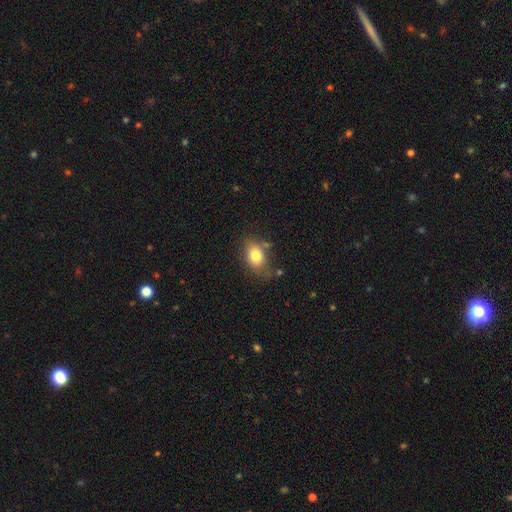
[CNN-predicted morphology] smooth 79%, featured or disk 12%, star or artifact 9%. Down the decision tree: how rounded — in between (75%); merging — none (64%).